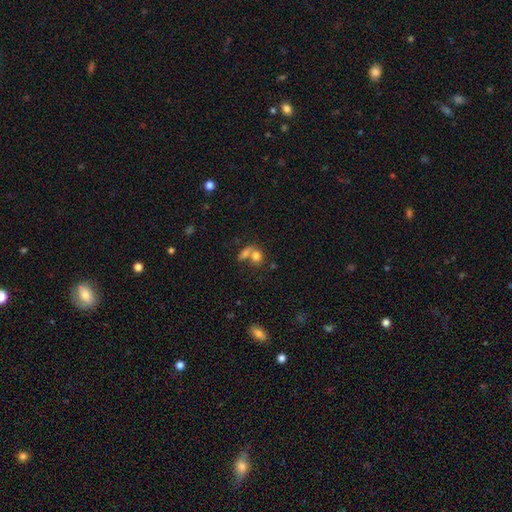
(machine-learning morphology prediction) A smooth galaxy with no disk features (77%) that is round (55%).

Vote fractions:
- Smooth or featured? smooth: 77% / featured or disk: 12% / star or artifact: 11%
- How rounded? round: 55% / in between: 43% / cigar-shaped: 3%
- Merging? merger: 50% / none: 35% / minor disturbance: 9% / major disturbance: 6%